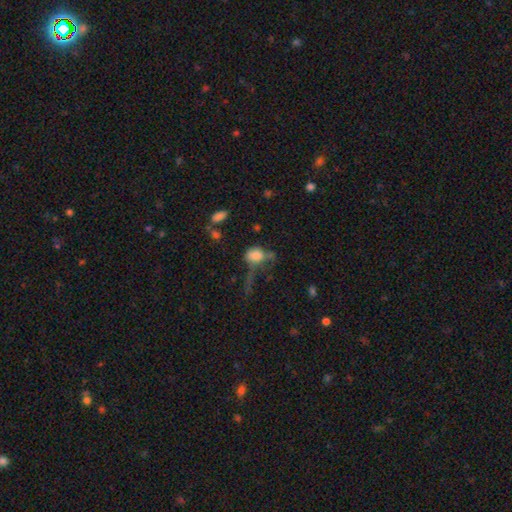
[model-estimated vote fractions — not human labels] Smooth or featured: smooth — 75% (featured or disk — 13%)
How rounded: in between — 57% (round — 40%)
Merging: major disturbance — 37% (none — 27%)